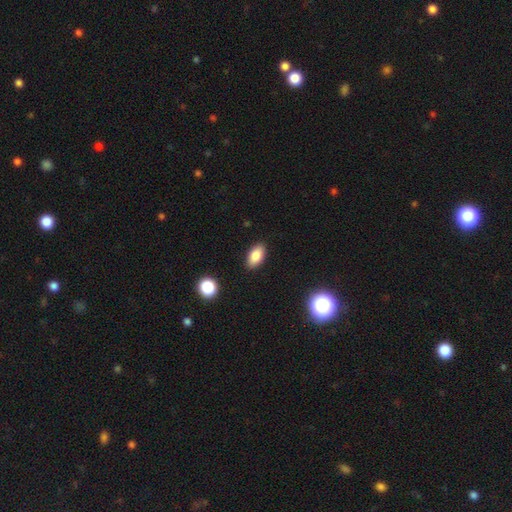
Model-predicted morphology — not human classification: A smooth galaxy with no disk features (84%) that is in between round and cigar-shaped (92%). Merging: none (88%).